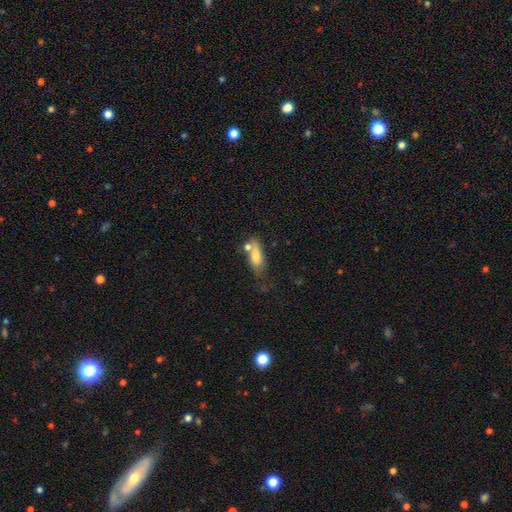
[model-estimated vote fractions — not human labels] This appears to be a smooth galaxy with no disk features (75%) that is in between round and cigar-shaped (73%). Merging: none (40%).